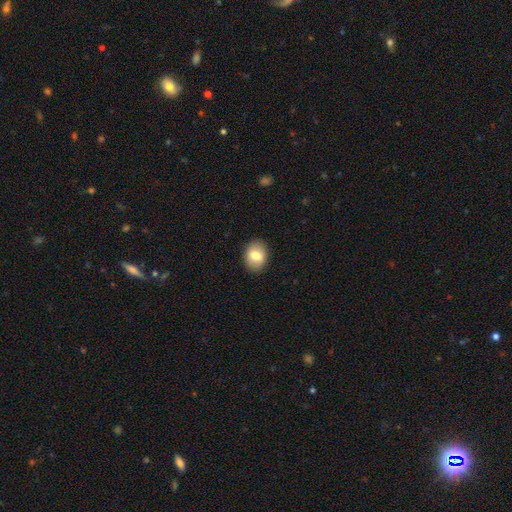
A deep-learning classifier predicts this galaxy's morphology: Smooth or featured? Predicted: smooth (p=0.77). How rounded? Predicted: in between (p=0.62). Merging? Predicted: none (p=0.89).